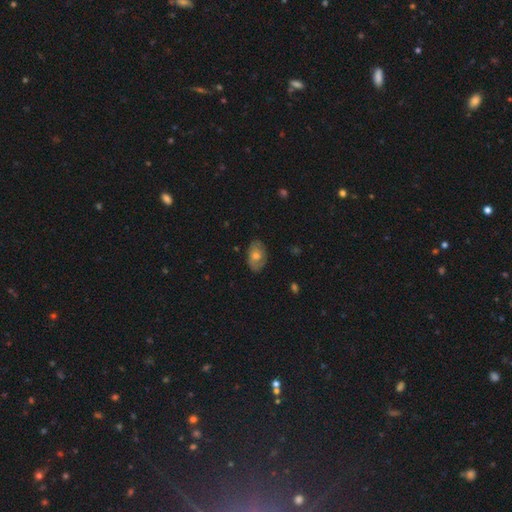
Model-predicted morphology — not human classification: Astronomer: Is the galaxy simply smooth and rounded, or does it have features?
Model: smooth — 50% (runner-up: featured or disk, 40%).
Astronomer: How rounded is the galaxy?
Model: in between — 87%.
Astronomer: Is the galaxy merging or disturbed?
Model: none — 79%.